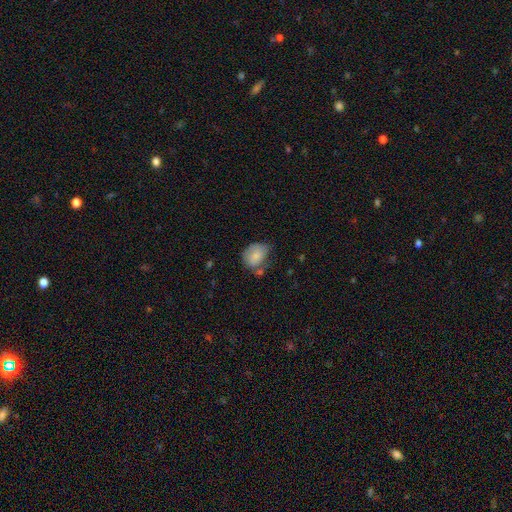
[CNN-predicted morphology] Smooth or featured? Predicted: smooth (p=0.76). How rounded? Predicted: in between (p=0.64). Merging? Predicted: none (p=0.42).